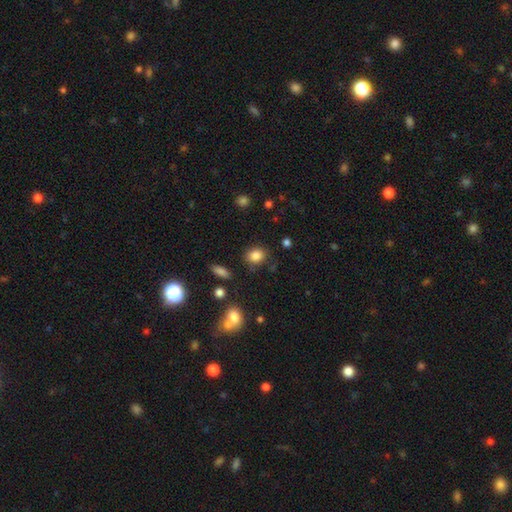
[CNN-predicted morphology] The model was most divided on "how rounded": round: 58%, in between: 41%, cigar-shaped: 1%. More confident: smooth or featured — smooth (84%); merging — none (82%).